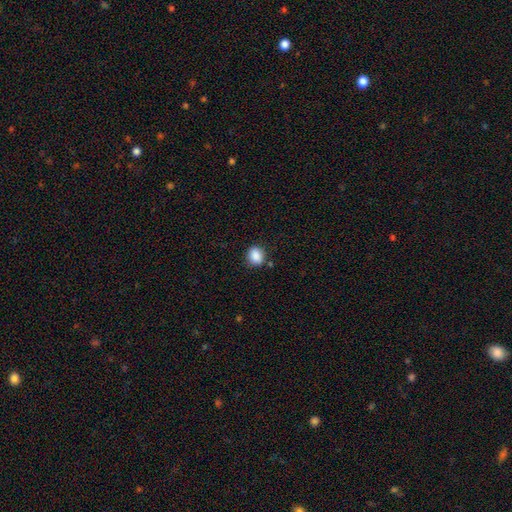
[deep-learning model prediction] smooth_or_featured: smooth (p=0.88) [alt: star or artifact p=0.09]
how_rounded: round (p=0.57) [alt: in between p=0.42]
merging: none (p=0.82) [alt: minor disturbance p=0.12]